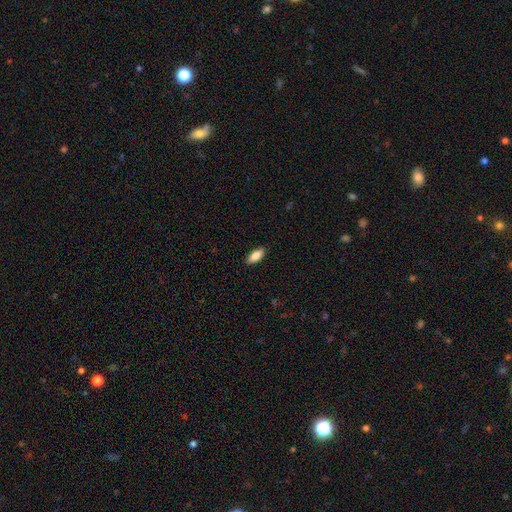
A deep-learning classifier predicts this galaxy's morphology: A smooth galaxy with no disk features (85%) that is in between round and cigar-shaped (81%).

Vote fractions:
- Smooth or featured? smooth: 85% / featured or disk: 9% / star or artifact: 6%
- How rounded? in between: 81% / cigar-shaped: 17% / round: 2%
- Merging? none: 89% / minor disturbance: 9% / major disturbance: 2% / merger: 1%